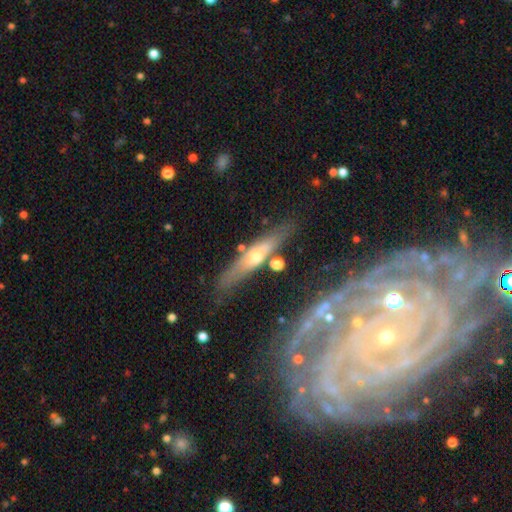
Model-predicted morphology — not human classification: This appears to be a featured or disk galaxy (58%) viewed edge-on (80%). Merging: none (74%).